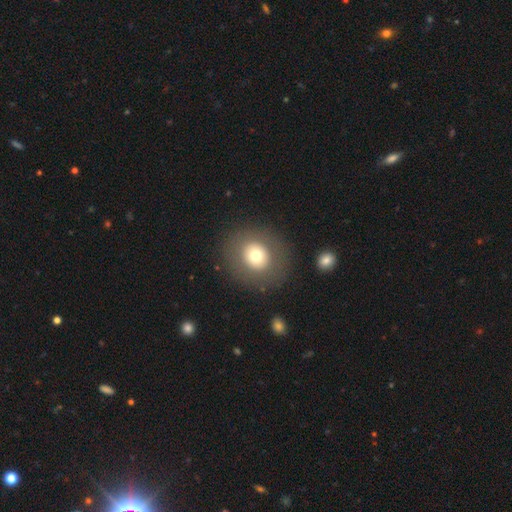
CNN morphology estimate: Smooth or featured? smooth (69%)
How rounded? round (79%)
Merging? none (84%)